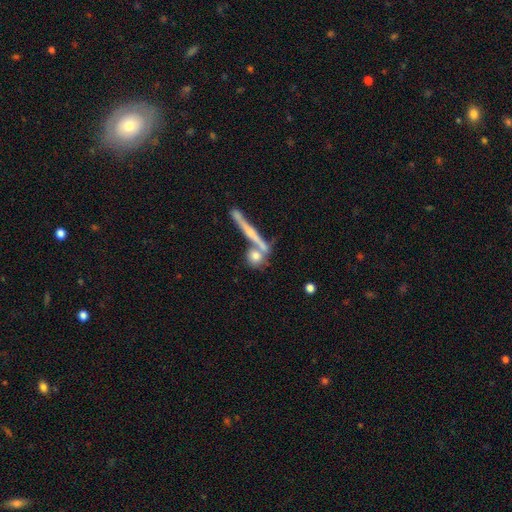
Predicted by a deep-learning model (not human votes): smooth_or_featured: smooth (p=0.49) [alt: featured or disk p=0.41]
merging: none (p=0.64) [alt: merger p=0.22]